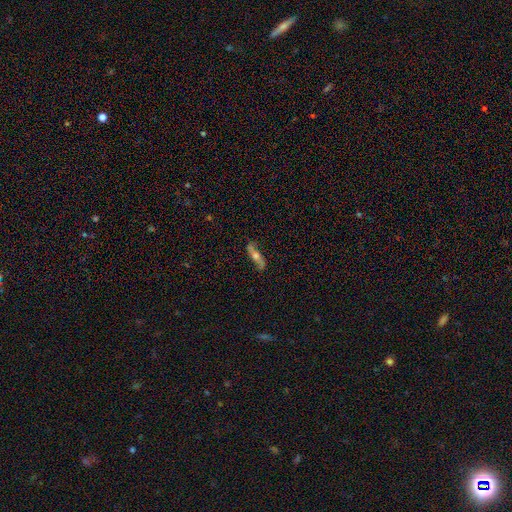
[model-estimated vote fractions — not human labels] A featured or disk galaxy (57%) viewed edge-on (57%).

Vote fractions:
- Smooth or featured? featured or disk: 57% / smooth: 36% / star or artifact: 7%
- Edge-on disk? yes: 57% / no: 43%
- Merging? none: 79% / minor disturbance: 15% / major disturbance: 4% / merger: 2%